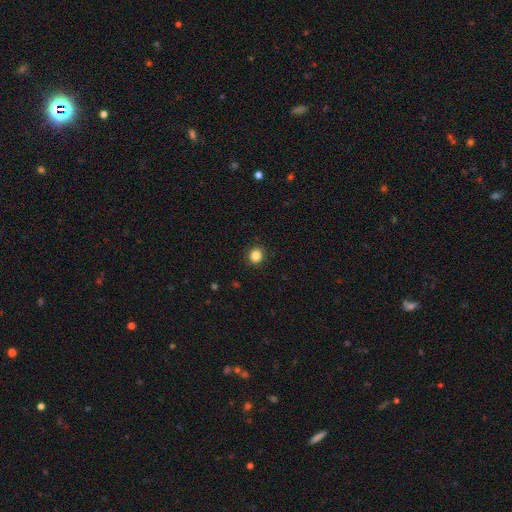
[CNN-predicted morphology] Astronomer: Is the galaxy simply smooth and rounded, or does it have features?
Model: smooth — 85%.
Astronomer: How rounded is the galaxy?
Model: round — 88%.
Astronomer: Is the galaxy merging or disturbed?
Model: none — 91%.